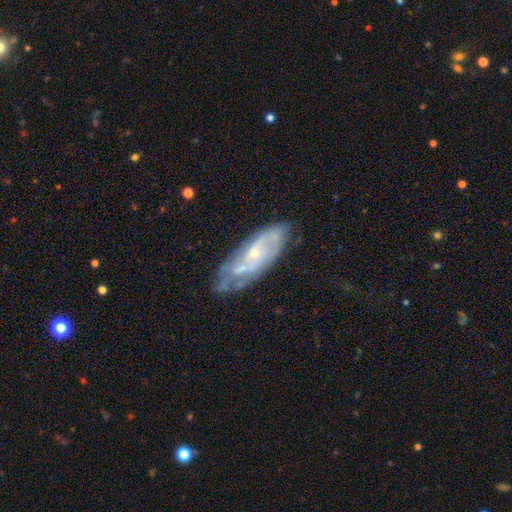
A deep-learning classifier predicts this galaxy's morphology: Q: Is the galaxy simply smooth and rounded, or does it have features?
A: featured or disk — 72%.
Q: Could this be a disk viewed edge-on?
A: no — 84%.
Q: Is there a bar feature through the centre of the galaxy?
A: no — 64%.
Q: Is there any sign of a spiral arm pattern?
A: yes — 77%.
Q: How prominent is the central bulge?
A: small — 69%.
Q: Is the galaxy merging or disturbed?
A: none — 69%.